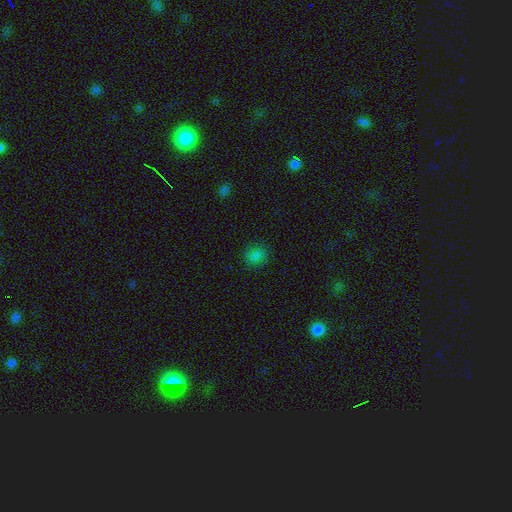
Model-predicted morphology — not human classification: Smooth or featured: smooth — 82% (star or artifact — 15%)
How rounded: round — 70% (in between — 29%)
Merging: none — 86% (minor disturbance — 10%)